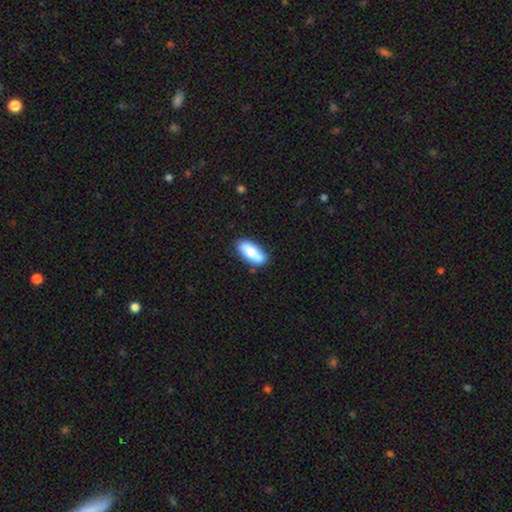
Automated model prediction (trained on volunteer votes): This appears to be a smooth galaxy with no disk features (74%) that is in between round and cigar-shaped (83%). Merging: none (68%).